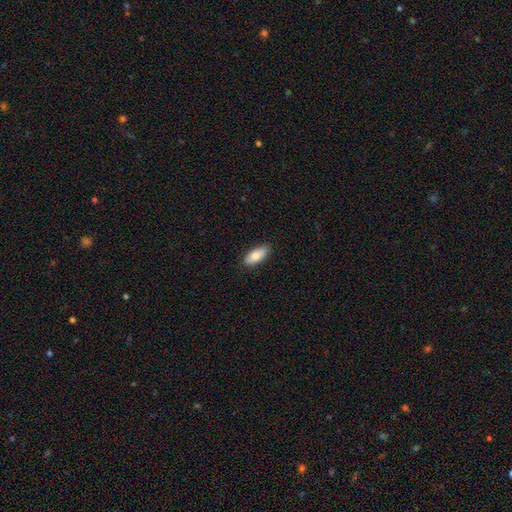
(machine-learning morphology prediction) A smooth galaxy with no disk features (81%) that is in between round and cigar-shaped (86%).

Vote fractions:
- Smooth or featured? smooth: 81% / featured or disk: 13% / star or artifact: 6%
- How rounded? in between: 86% / cigar-shaped: 12% / round: 2%
- Merging? none: 86% / minor disturbance: 11% / major disturbance: 2% / merger: 1%